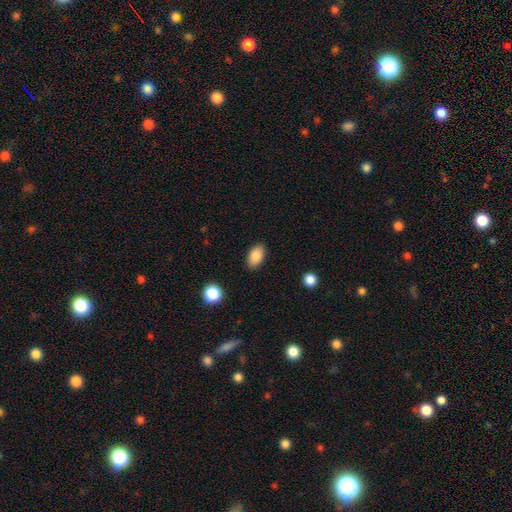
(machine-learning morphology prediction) Smooth or featured? Predicted: smooth (p=0.87). How rounded? Predicted: in between (p=0.91). Merging? Predicted: none (p=0.87).